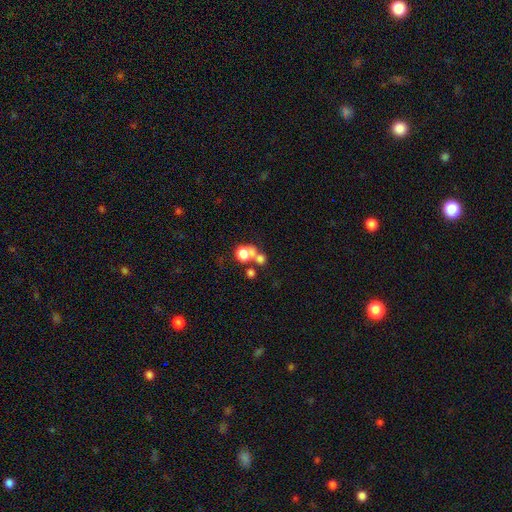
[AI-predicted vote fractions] The model was most divided on "merging": merger: 53%, none: 33%, minor disturbance: 7%, major disturbance: 7%. More confident: how rounded — round (73%); smooth or featured — smooth (68%).